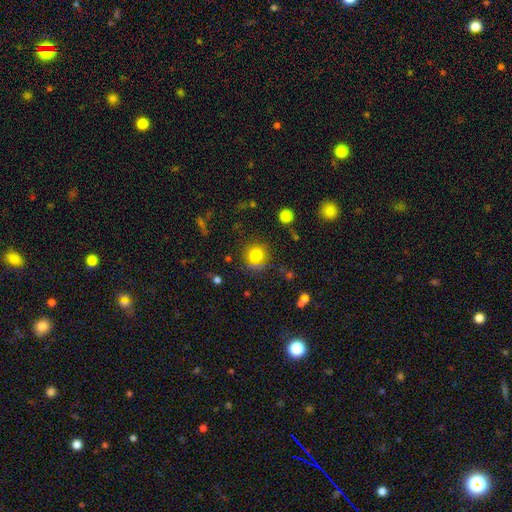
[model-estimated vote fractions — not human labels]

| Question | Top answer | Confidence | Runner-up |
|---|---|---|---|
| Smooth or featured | smooth | 79% | star or artifact (13%) |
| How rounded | round | 89% | in between (10%) |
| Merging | none | 79% | minor disturbance (13%) |